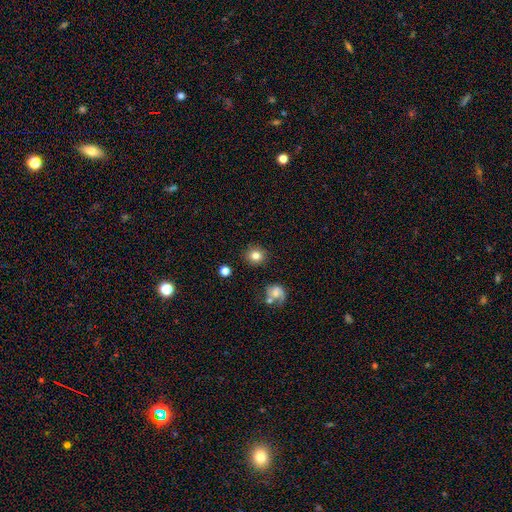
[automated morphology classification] This is clearly a smooth galaxy (80%). How rounded: clearly round (86%). Merging: clearly none (87%).